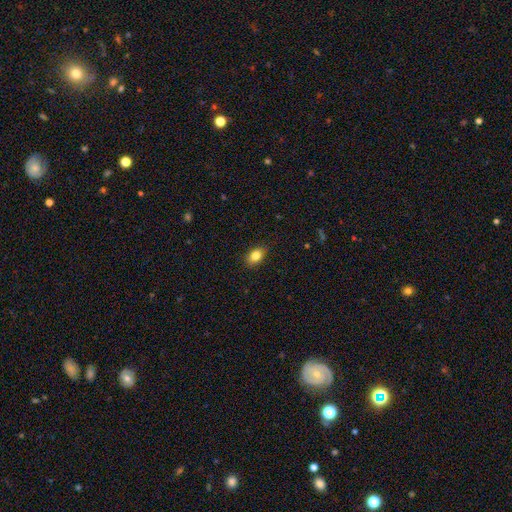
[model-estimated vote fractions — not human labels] This appears to be a smooth galaxy with no disk features (84%) that is in between round and cigar-shaped (82%). Merging: none (86%).